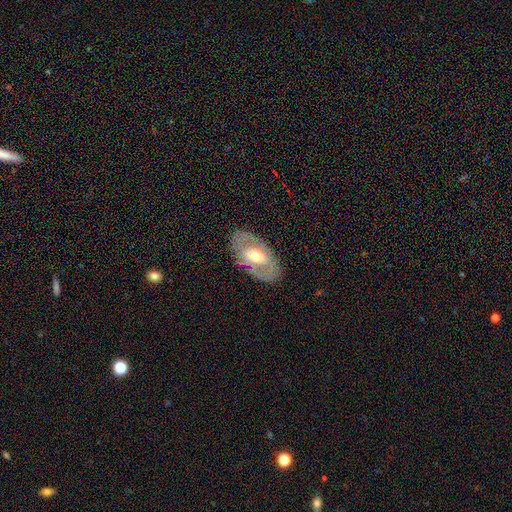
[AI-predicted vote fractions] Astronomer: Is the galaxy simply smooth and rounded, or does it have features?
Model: featured or disk — 64%.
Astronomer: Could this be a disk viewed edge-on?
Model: no — 89%.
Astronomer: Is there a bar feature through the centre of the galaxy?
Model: no — 48% (runner-up: weak, 35%).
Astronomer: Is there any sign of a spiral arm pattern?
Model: no — 57% (runner-up: yes, 43%).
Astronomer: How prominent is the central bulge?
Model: moderate — 70%.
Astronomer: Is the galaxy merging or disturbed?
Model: none — 82%.